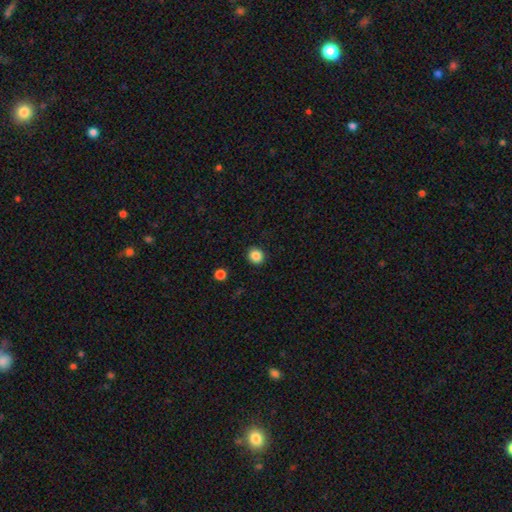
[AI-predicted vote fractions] smooth-or-featured: smooth: 86% | star or artifact: 10% | featured or disk: 3%
  how-rounded: round: 89% | in between: 10% | cigar-shaped: 1%
  merging: none: 92% | minor disturbance: 5% | major disturbance: 2% | merger: 1%